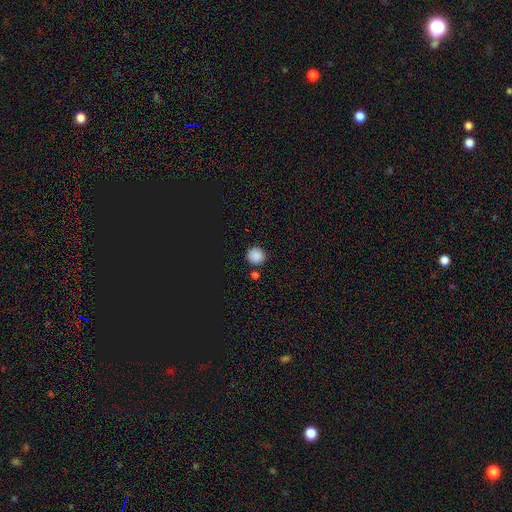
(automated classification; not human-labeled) Smooth or featured? smooth (84%)
How rounded? round (93%)
Merging? none (83%)